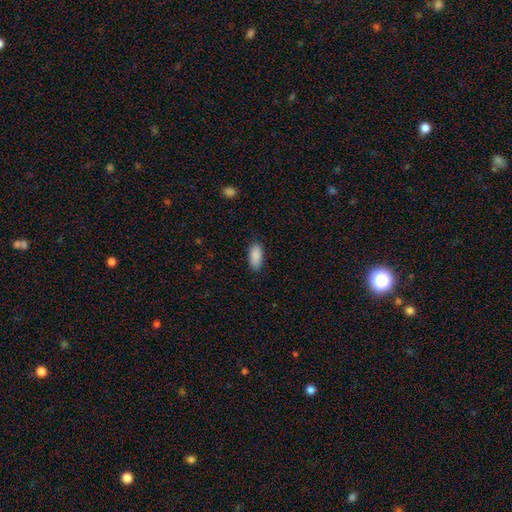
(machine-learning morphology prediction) smooth-or-featured: smooth: 90% | star or artifact: 7% | featured or disk: 3%
  how-rounded: in between: 88% | cigar-shaped: 10% | round: 2%
  merging: none: 86% | minor disturbance: 10% | major disturbance: 2% | merger: 1%